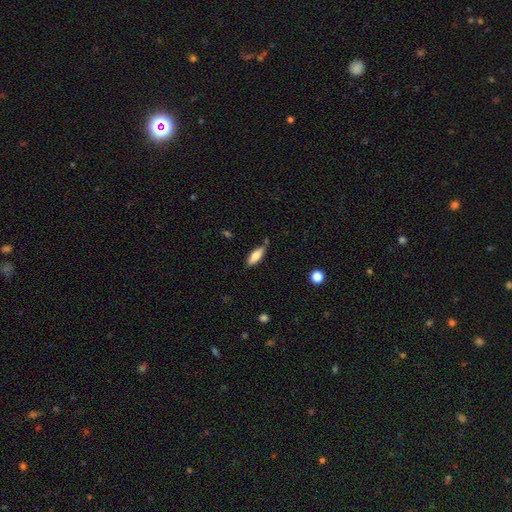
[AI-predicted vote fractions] Smooth or featured? smooth (70%)
How rounded? in between (61%)
Merging? none (74%)